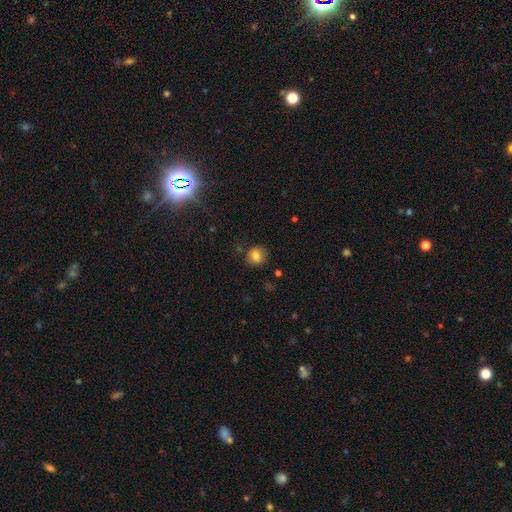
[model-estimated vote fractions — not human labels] smooth 81%, star or artifact 11%, featured or disk 8%. Down the decision tree: how rounded — round (80%); merging — none (84%).